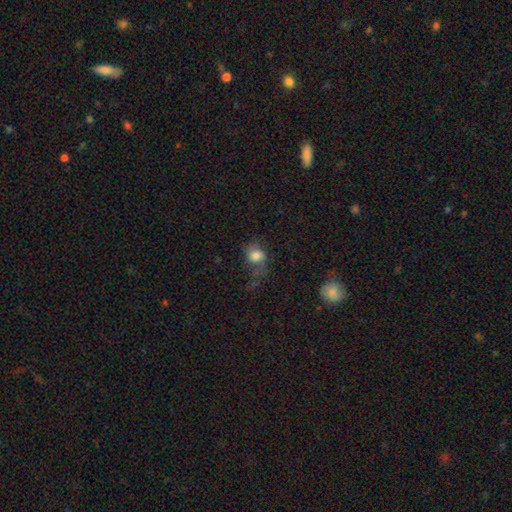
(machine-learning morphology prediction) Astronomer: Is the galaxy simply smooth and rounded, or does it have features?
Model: smooth — 67%.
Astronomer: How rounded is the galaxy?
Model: round — 60% (runner-up: in between, 39%).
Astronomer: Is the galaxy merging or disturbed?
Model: none — 37% (runner-up: major disturbance, 36%).